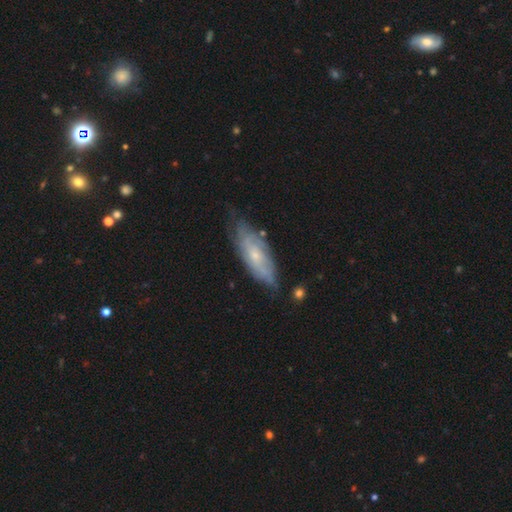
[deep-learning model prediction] A featured or disk galaxy (59%).

Vote fractions:
- Smooth or featured? featured or disk: 59% / smooth: 34% / star or artifact: 7%
- Edge-on disk? no: 78% / yes: 22%
- Merging? none: 63% / minor disturbance: 28% / major disturbance: 6% / merger: 3%